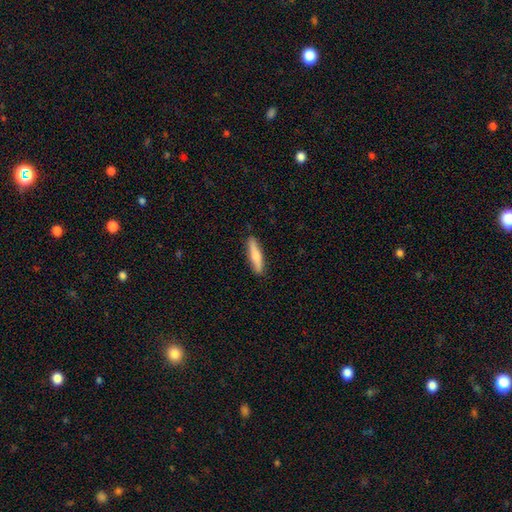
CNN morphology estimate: A smooth galaxy with no disk features (63%) that is cigar-shaped (84%). Merging: none (89%).